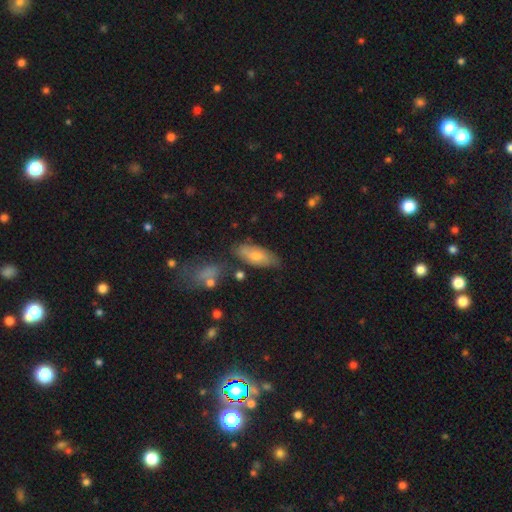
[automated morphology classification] The model was most divided on "smooth or featured": smooth: 63%, featured or disk: 29%, star or artifact: 7%. More confident: how rounded — in between (80%); merging — none (70%).